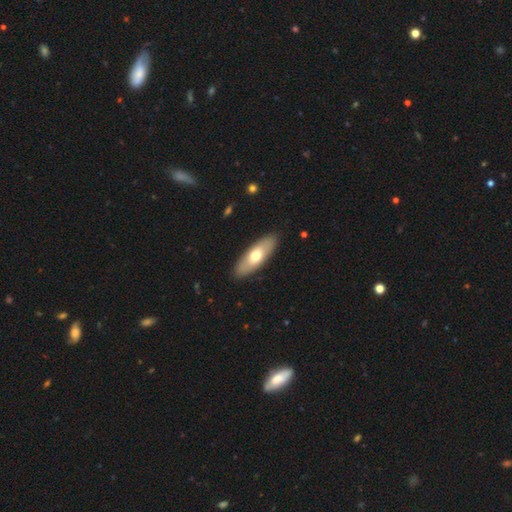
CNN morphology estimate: type=smooth (61%); roundness=in between (66%); merging=none (89%).